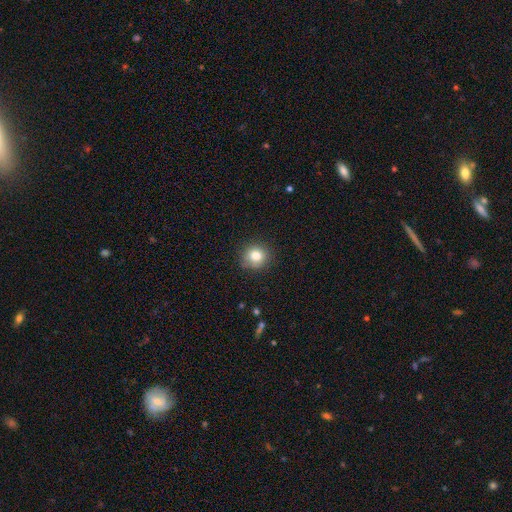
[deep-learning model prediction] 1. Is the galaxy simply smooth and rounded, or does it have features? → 81% smooth, 11% star or artifact, 8% featured or disk.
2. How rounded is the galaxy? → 89% round, 10% in between, 1% cigar-shaped.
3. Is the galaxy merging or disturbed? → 83% none, 13% minor disturbance, 3% major disturbance, 1% merger.